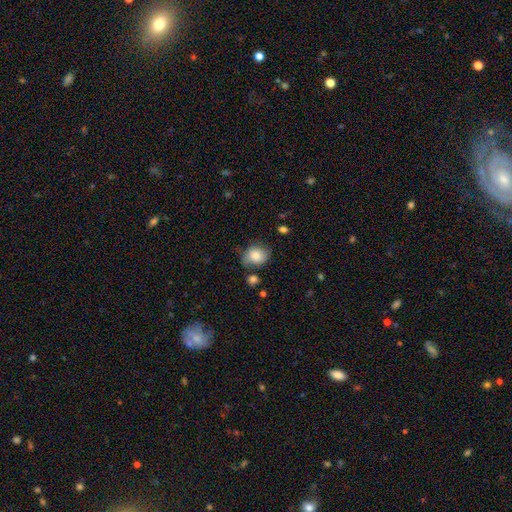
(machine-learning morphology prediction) Smooth or featured? Predicted: smooth (p=0.80). How rounded? Predicted: round (p=0.53). Merging? Predicted: none (p=0.61).